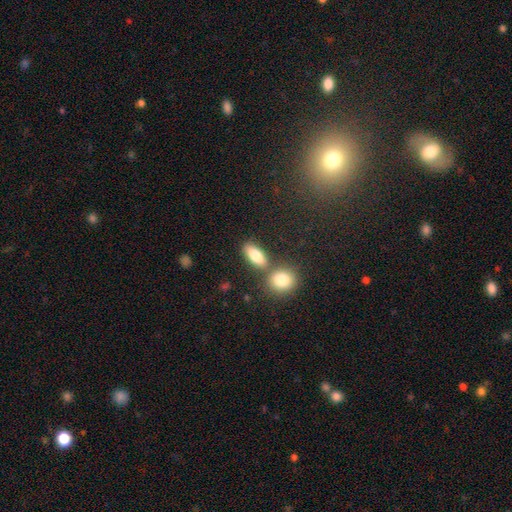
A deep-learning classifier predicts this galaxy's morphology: smooth 80%, featured or disk 12%, star or artifact 8%. Down the decision tree: how rounded — in between (78%); merging — none (67%).